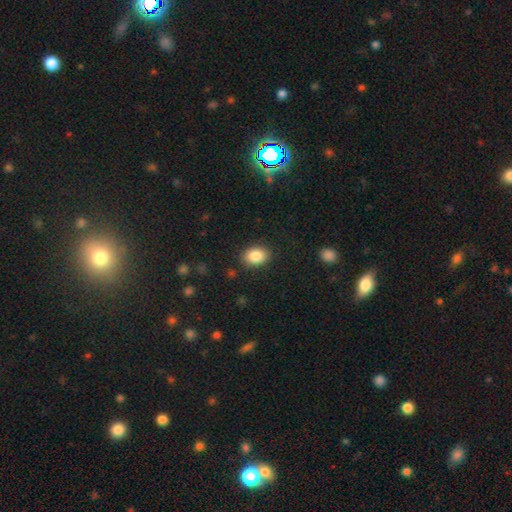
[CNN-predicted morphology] Overall: smooth (87%). How rounded: in between (73%). Merging: none (87%).